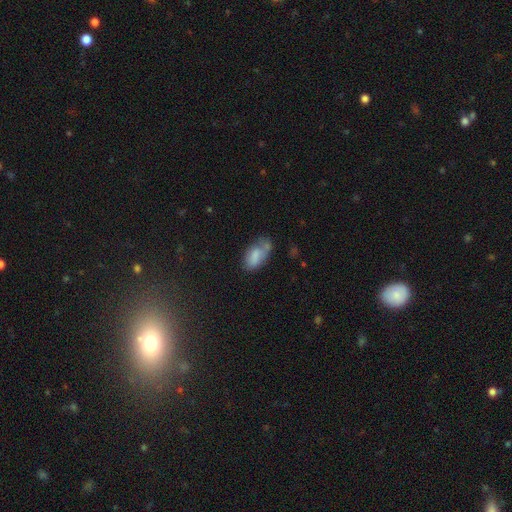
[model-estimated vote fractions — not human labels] Smooth or featured? smooth (74%)
How rounded? in between (92%)
Merging? none (42%)